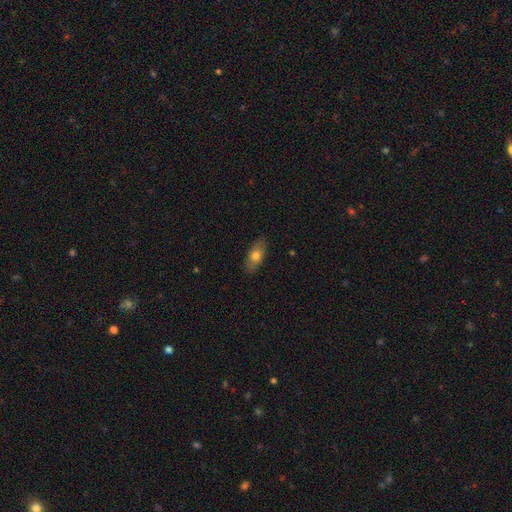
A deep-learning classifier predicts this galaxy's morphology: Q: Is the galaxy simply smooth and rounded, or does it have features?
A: smooth — 72%.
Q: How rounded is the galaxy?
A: in between — 84%.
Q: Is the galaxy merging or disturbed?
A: none — 87%.